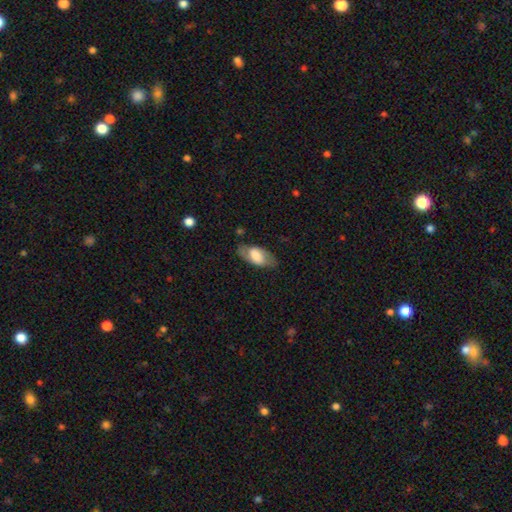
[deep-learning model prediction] smooth_or_featured: smooth (p=0.57) [alt: featured or disk p=0.36]
how_rounded: in between (p=0.90) [alt: cigar-shaped p=0.07]
merging: none (p=0.74) [alt: minor disturbance p=0.18]